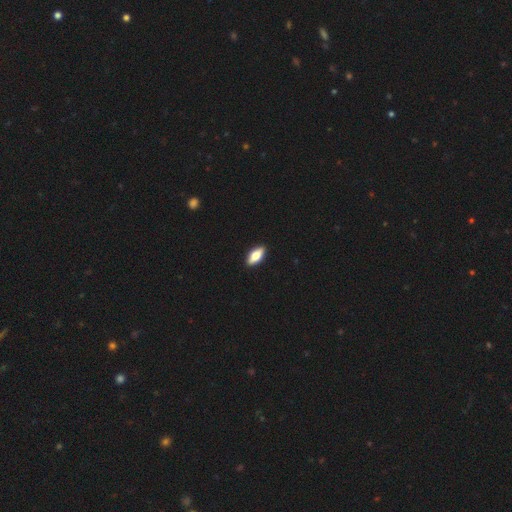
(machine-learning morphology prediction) A smooth galaxy with no disk features (67%) that is in between round and cigar-shaped (81%). Merging: none (90%).